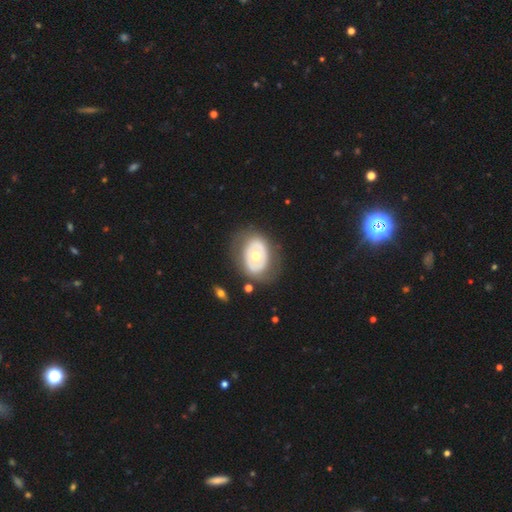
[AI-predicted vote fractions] The model was most divided on "smooth or featured": featured or disk: 55%, smooth: 40%, star or artifact: 5%. More confident: edge-on disk — no (93%); spiral arms — no (91%); bar — no (90%); bulge size — moderate (76%); merging — none (76%).